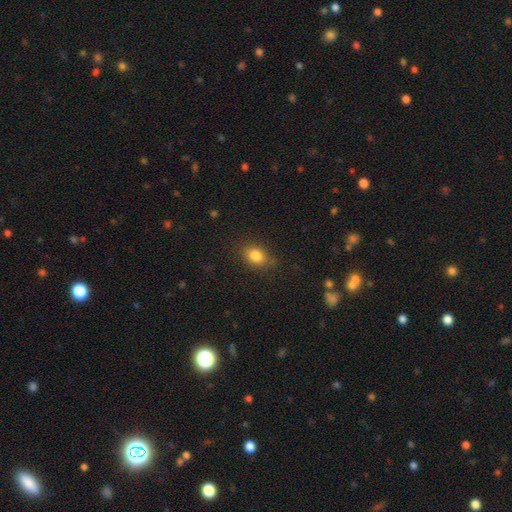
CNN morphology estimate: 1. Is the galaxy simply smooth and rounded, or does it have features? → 83% smooth, 10% star or artifact, 7% featured or disk.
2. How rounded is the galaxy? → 73% in between, 25% round, 2% cigar-shaped.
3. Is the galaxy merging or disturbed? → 80% none, 15% minor disturbance, 4% major disturbance, 1% merger.